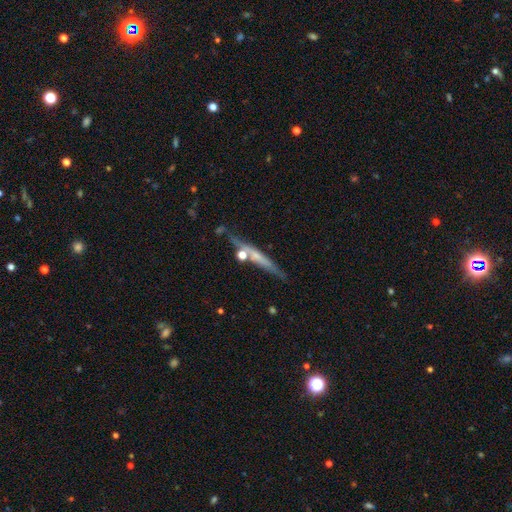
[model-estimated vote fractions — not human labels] Smooth or featured? featured or disk (57%)
Edge-on disk? yes (93%)
Edge-on bulge? none (50%)
Merging? none (73%)